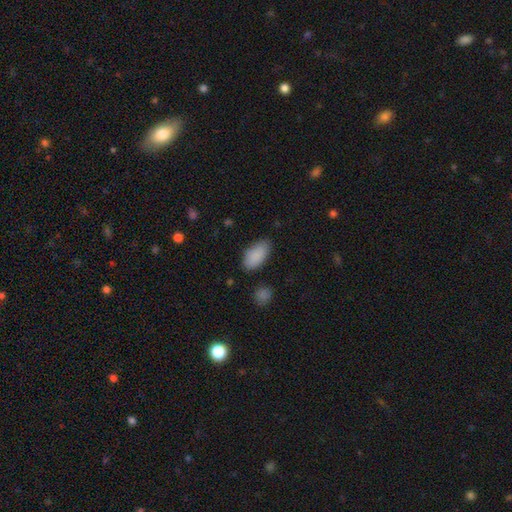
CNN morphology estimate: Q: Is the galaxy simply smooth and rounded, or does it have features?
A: smooth — 89%.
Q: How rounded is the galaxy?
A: in between — 93%.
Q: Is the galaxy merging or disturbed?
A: none — 80%.